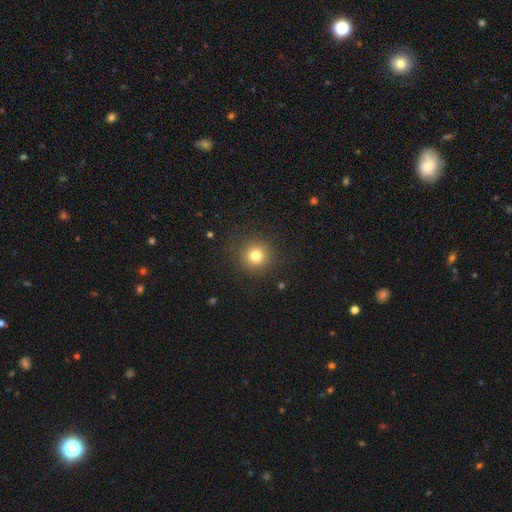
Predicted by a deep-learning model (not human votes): smooth 80%, star or artifact 13%, featured or disk 7%. Down the decision tree: how rounded — round (95%); merging — none (90%).